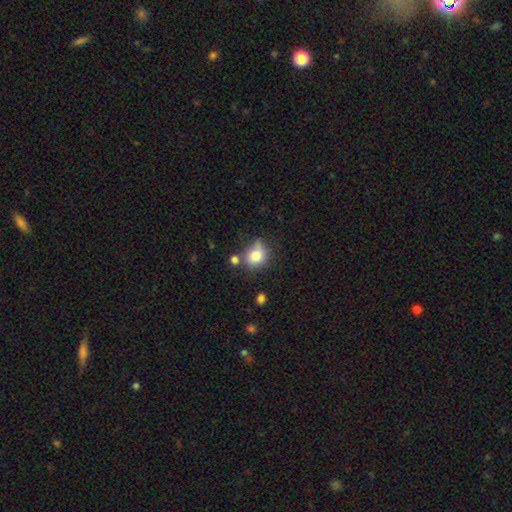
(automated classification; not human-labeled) The model was most divided on "merging": none: 57%, minor disturbance: 22%, merger: 13%, major disturbance: 7%. More confident: smooth or featured — smooth (80%); how rounded — round (67%).